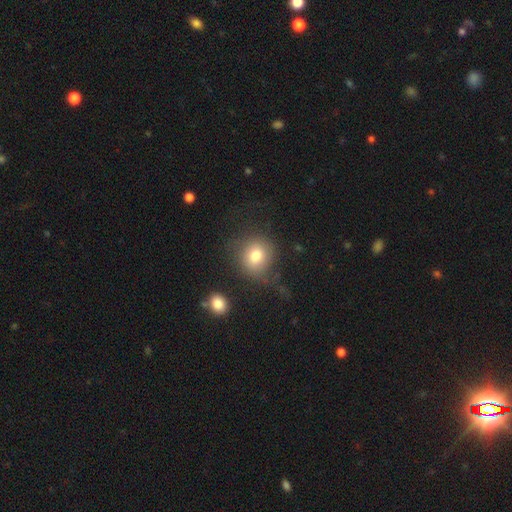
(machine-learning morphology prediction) Smooth or featured? smooth (78%)
How rounded? round (84%)
Merging? none (68%)